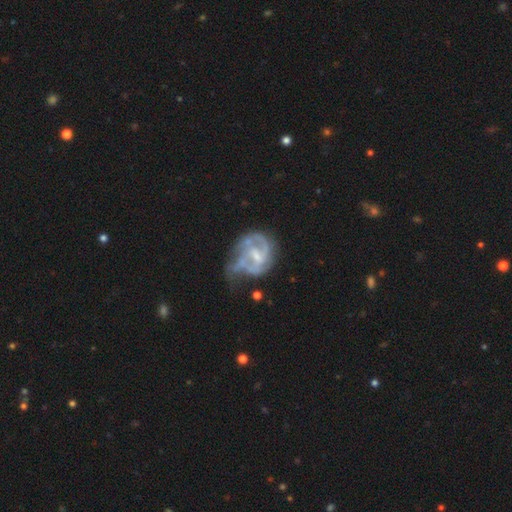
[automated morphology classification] Smooth or featured? Predicted: featured or disk (p=0.77). Edge-on disk? Predicted: no (p=0.98). Bar? Predicted: weak (p=0.50). Spiral arms? Predicted: yes (p=0.76). Spiral winding? Predicted: medium (p=0.43). Spiral arm count? Predicted: 2 (p=0.43). Bulge size? Predicted: small (p=0.45). Merging? Predicted: major disturbance (p=0.36).